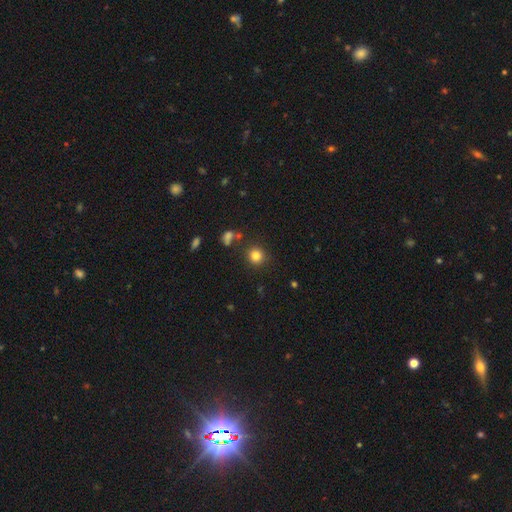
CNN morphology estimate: The model was most divided on "smooth or featured": smooth: 81%, star or artifact: 13%, featured or disk: 6%. More confident: how rounded — round (91%); merging — none (85%).